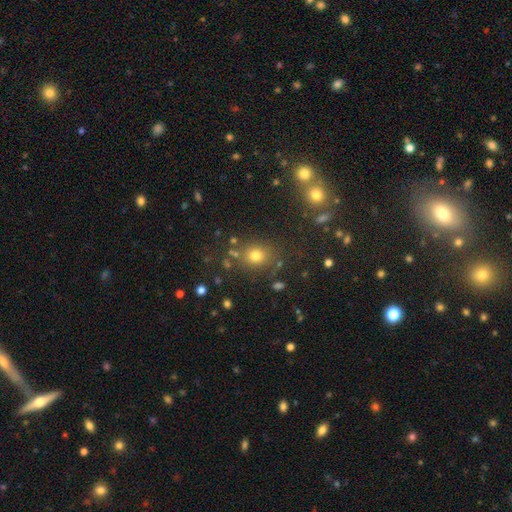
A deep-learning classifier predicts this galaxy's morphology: Smooth or featured: smooth — 71% (star or artifact — 20%)
How rounded: round — 72% (in between — 26%)
Merging: none — 79% (minor disturbance — 11%)